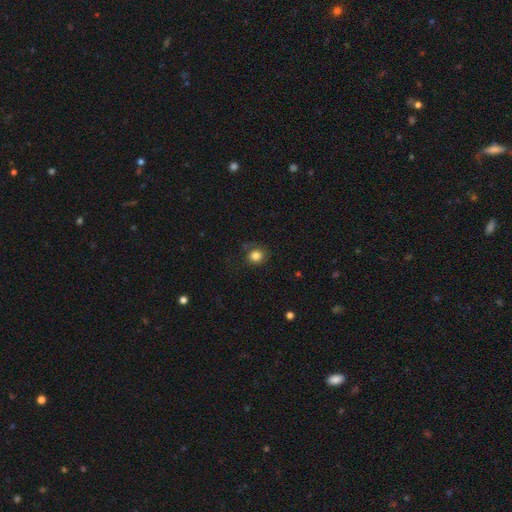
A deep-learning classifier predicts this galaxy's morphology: smooth-or-featured: smooth: 83% | star or artifact: 11% | featured or disk: 6%
  how-rounded: round: 82% | in between: 17% | cigar-shaped: 1%
  merging: none: 76% | minor disturbance: 16% | major disturbance: 6% | merger: 2%